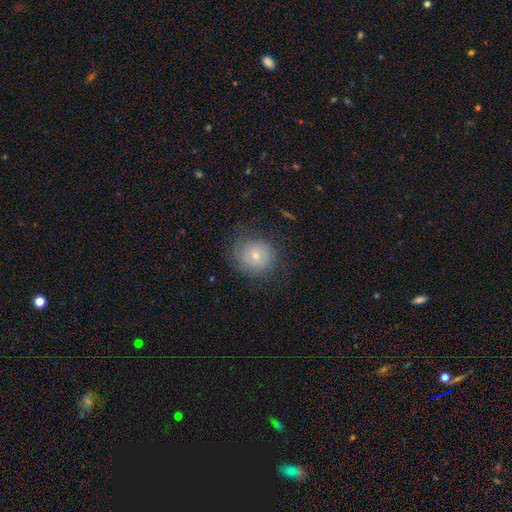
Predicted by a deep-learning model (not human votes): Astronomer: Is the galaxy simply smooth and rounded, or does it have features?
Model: smooth — 47% (runner-up: featured or disk, 40%).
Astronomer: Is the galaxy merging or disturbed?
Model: none — 74%.